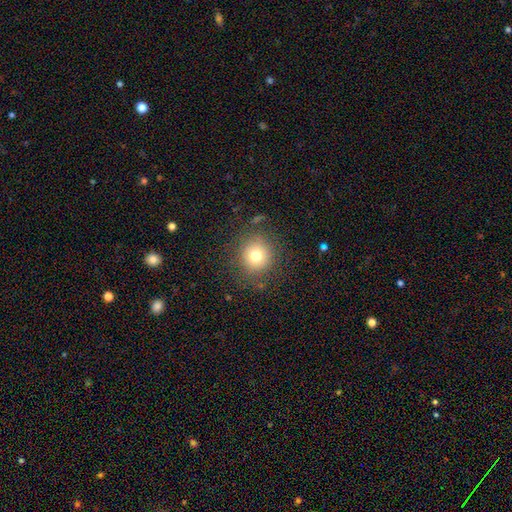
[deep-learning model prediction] Morphology: type=smooth (74%); roundness=round (91%); merging=none (82%).